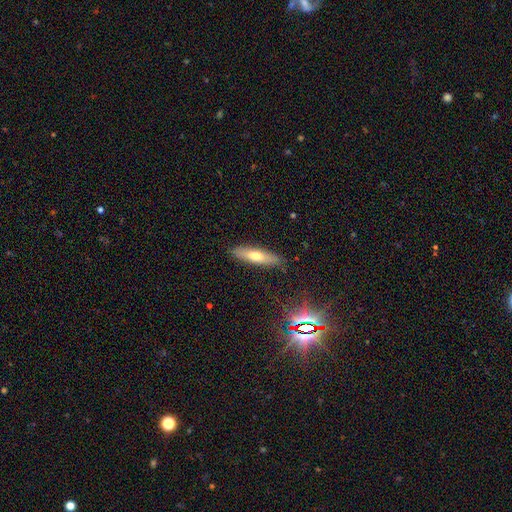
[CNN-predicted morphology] Smooth or featured? smooth (64%)
How rounded? cigar-shaped (62%)
Merging? none (86%)